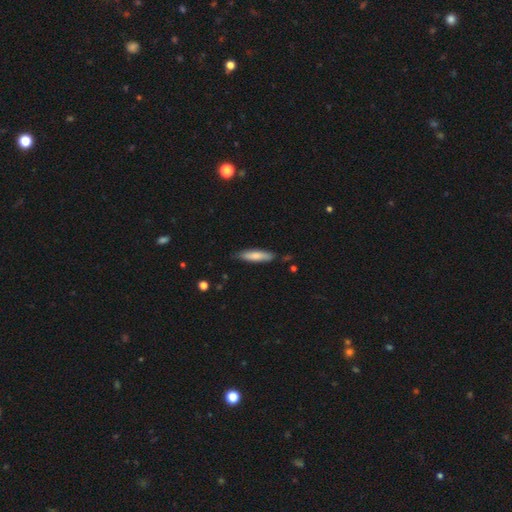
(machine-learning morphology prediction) Q: Smooth or featured?
A: smooth (75%); runner-up: featured or disk (19%)
Q: How rounded?
A: cigar-shaped (73%); runner-up: in between (25%)
Q: Merging?
A: none (79%); runner-up: minor disturbance (17%)